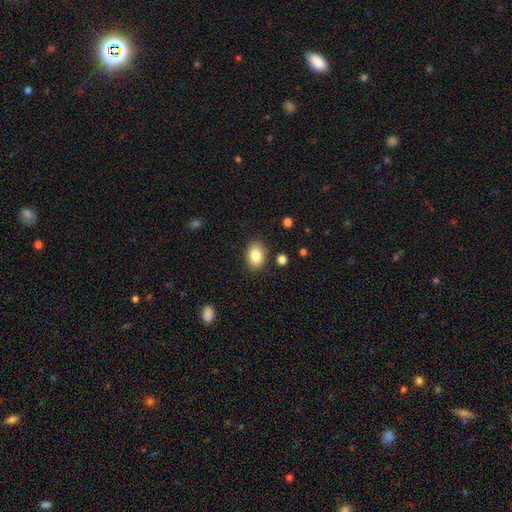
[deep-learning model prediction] Smooth or featured: smooth — 83% (featured or disk — 8%)
How rounded: in between — 75% (round — 24%)
Merging: none — 86% (minor disturbance — 9%)